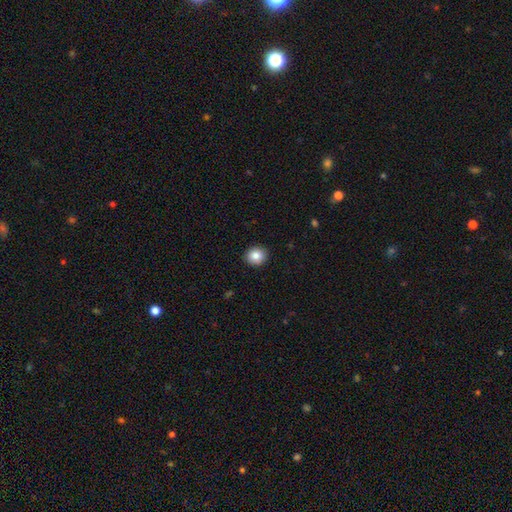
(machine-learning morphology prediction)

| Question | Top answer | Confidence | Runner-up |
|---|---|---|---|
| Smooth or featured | smooth | 85% | star or artifact (9%) |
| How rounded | round | 79% | in between (20%) |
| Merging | none | 92% | minor disturbance (6%) |